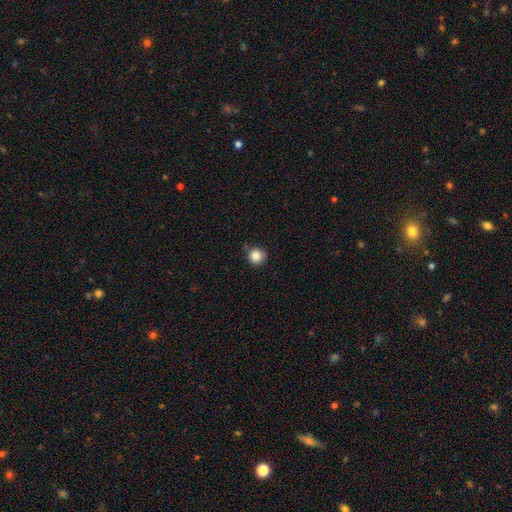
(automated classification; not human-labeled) The model was most divided on "merging": none: 76%, minor disturbance: 18%, major disturbance: 3%, merger: 3%. More confident: how rounded — round (92%); smooth or featured — smooth (86%).